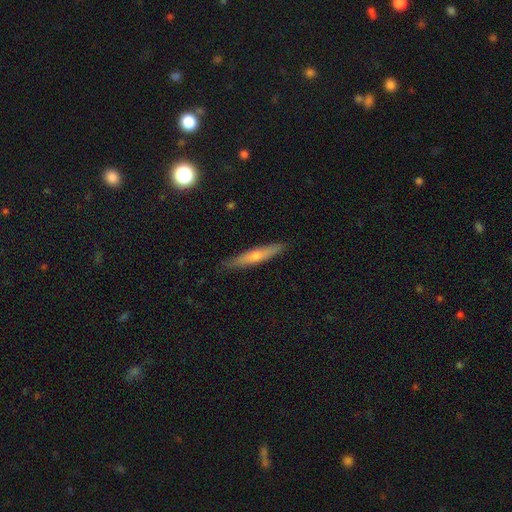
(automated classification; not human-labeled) A smooth galaxy with no disk features (48%).

Vote fractions:
- Smooth or featured? smooth: 48% / featured or disk: 45% / star or artifact: 7%
- Merging? none: 88% / minor disturbance: 9% / major disturbance: 2% / merger: 1%